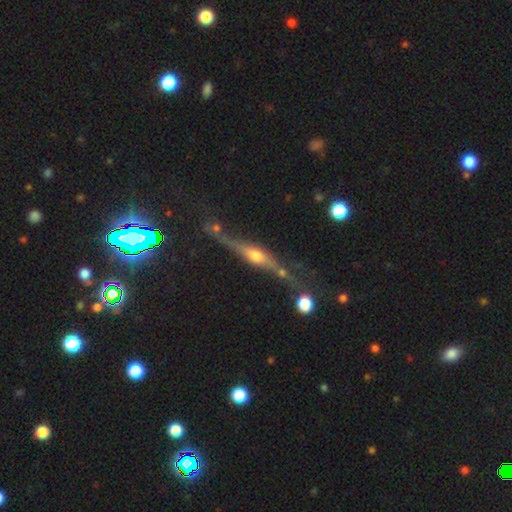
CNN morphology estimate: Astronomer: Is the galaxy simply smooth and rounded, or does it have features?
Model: featured or disk — 72%.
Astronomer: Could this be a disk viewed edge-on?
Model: yes — 88%.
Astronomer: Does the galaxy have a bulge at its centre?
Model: rounded — 89%.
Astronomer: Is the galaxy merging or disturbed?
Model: none — 61%.